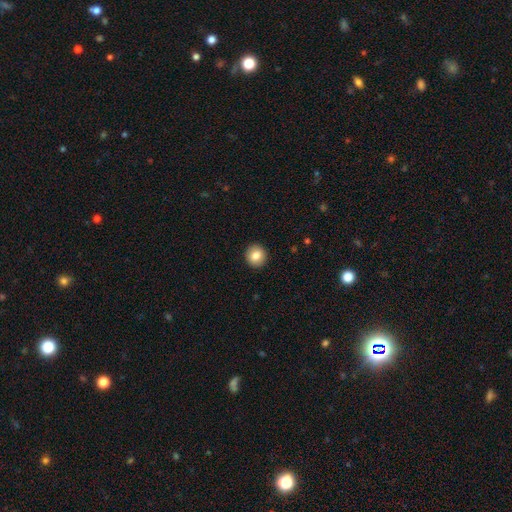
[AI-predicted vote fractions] Smooth or featured? smooth (85%)
How rounded? round (89%)
Merging? none (92%)